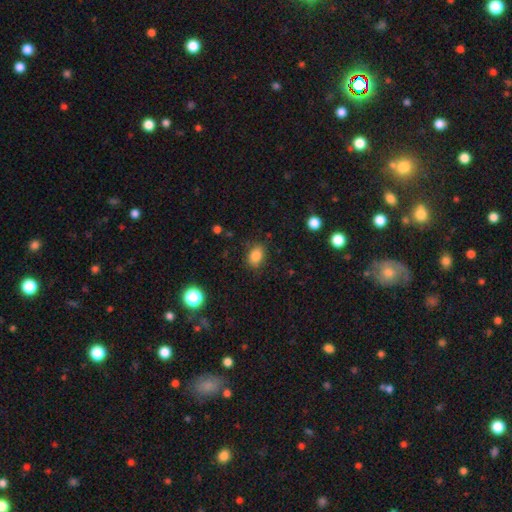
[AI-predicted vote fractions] This is clearly a smooth galaxy (85%). How rounded: likely in between (79%). Merging: clearly none (81%).